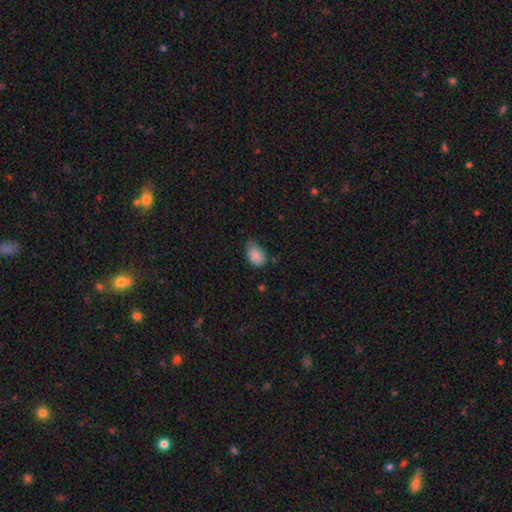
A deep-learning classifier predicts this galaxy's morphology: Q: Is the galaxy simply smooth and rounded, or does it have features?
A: smooth — 87%.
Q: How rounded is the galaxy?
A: in between — 86%.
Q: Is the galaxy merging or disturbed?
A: none — 49%.